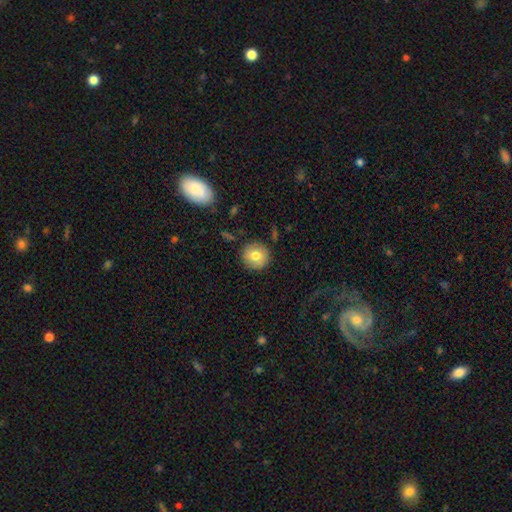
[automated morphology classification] smooth 76%, featured or disk 15%, star or artifact 9%. Down the decision tree: how rounded — round (94%); merging — none (88%).